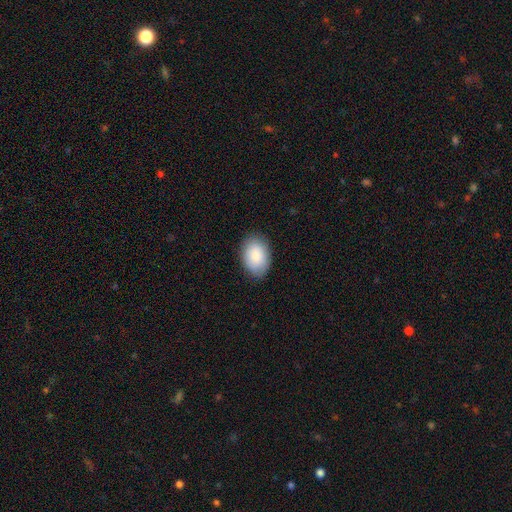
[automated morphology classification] The model was most divided on "how rounded": in between: 84%, round: 15%, cigar-shaped: 1%. More confident: merging — none (85%); smooth or featured — smooth (85%).